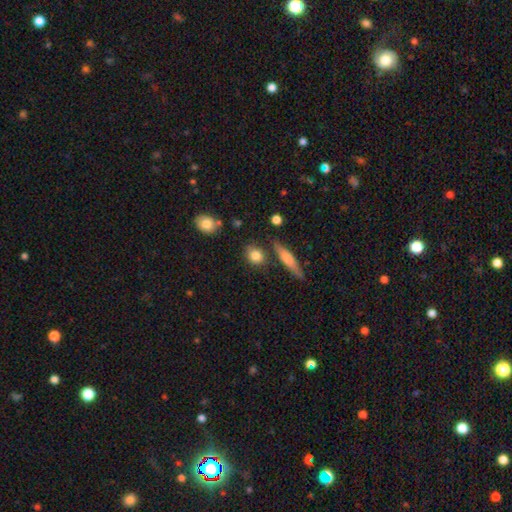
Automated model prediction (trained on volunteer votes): smooth 82%, star or artifact 9%, featured or disk 9%. Down the decision tree: how rounded — round (62%); merging — none (76%).